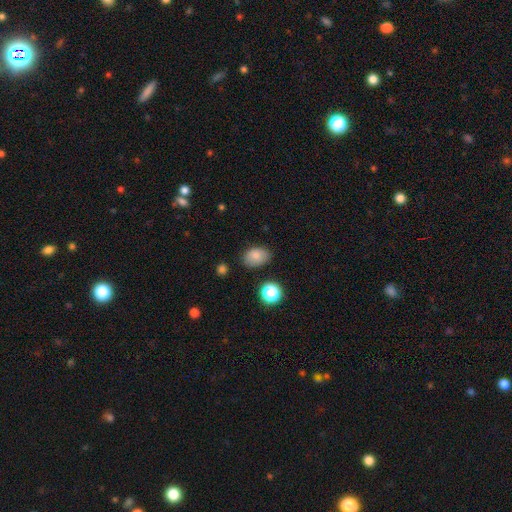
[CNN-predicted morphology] type=smooth (82%); roundness=in between (82%); merging=none (78%).